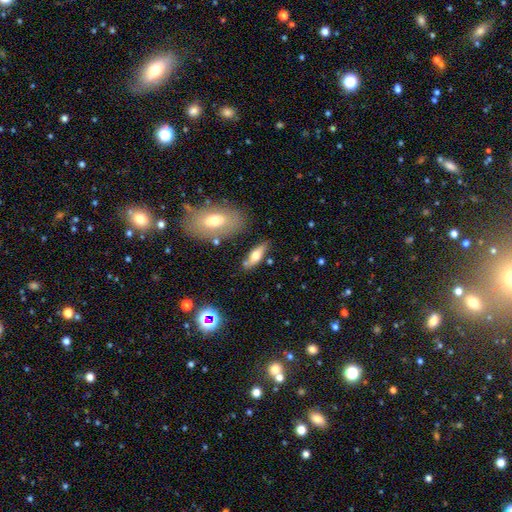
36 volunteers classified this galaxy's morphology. Overall: smooth (56%; featured or disk 36%). How rounded: in between (60%; cigar-shaped 40%). Merging: none (58%; minor disturbance 30%).